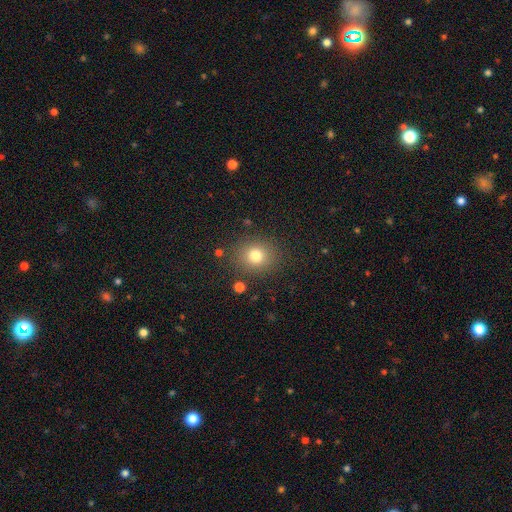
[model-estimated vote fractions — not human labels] Smooth or featured? Predicted: smooth (p=0.78). How rounded? Predicted: round (p=0.77). Merging? Predicted: none (p=0.85).